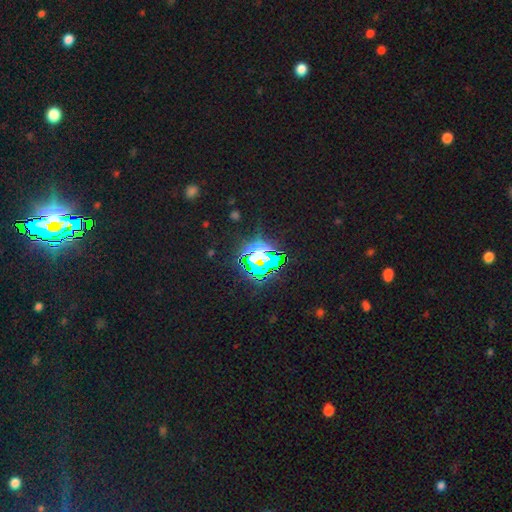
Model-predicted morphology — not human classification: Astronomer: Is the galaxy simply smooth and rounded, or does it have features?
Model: star or artifact — 77%.